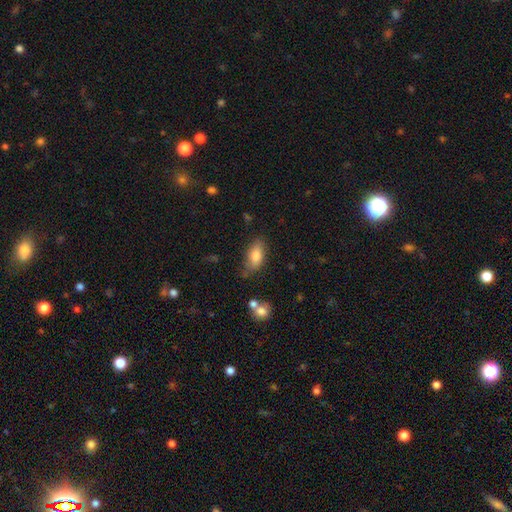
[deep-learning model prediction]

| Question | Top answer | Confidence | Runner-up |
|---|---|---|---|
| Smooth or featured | smooth | 81% | featured or disk (12%) |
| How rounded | in between | 87% | cigar-shaped (9%) |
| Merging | none | 72% | minor disturbance (19%) |